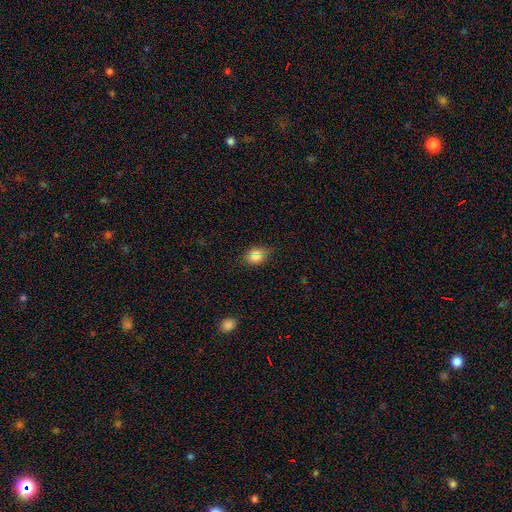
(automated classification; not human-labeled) This is likely a smooth galaxy (71%). How rounded: likely in between (65%). Merging: clearly none (83%).